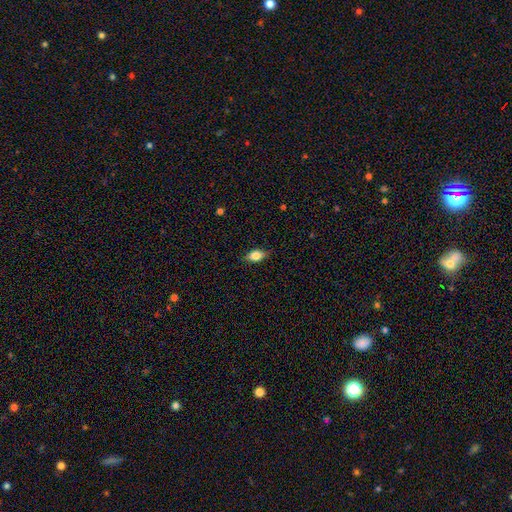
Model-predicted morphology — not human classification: Smooth or featured: smooth — 76% (featured or disk — 16%)
How rounded: in between — 83% (round — 9%)
Merging: none — 83% (minor disturbance — 14%)